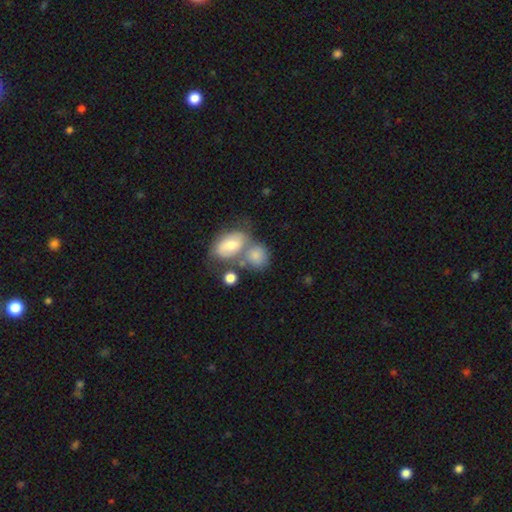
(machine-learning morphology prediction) This is likely a smooth galaxy (75%). How rounded: possibly round (50%). Merging: marginally merger (45%).